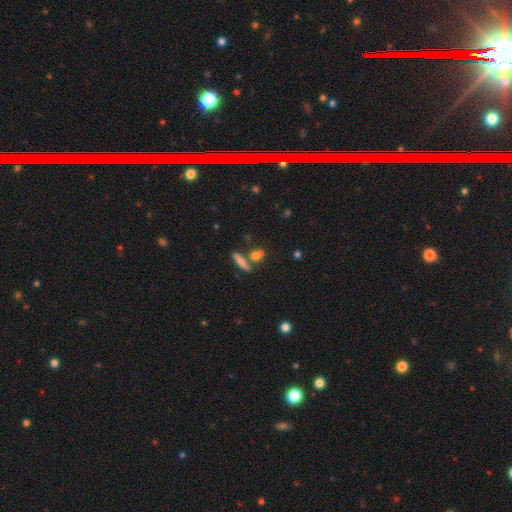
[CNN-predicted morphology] Q: Smooth or featured?
A: smooth (71%); runner-up: featured or disk (15%)
Q: How rounded?
A: in between (35%); runner-up: round (34%)
Q: Merging?
A: none (60%); runner-up: merger (26%)